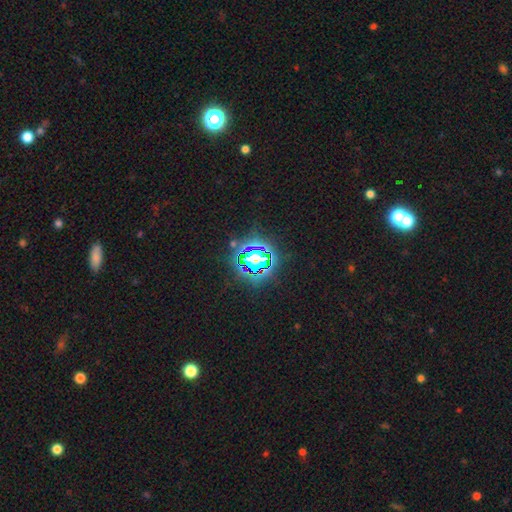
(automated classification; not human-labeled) A star or artifact, not a galaxy (75%).